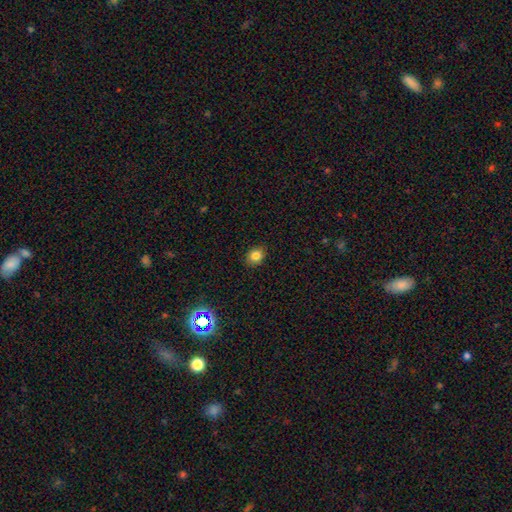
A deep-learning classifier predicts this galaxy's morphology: The model was most divided on "how rounded": round: 53%, in between: 47%, cigar-shaped: 1%. More confident: merging — none (88%); smooth or featured — smooth (82%).